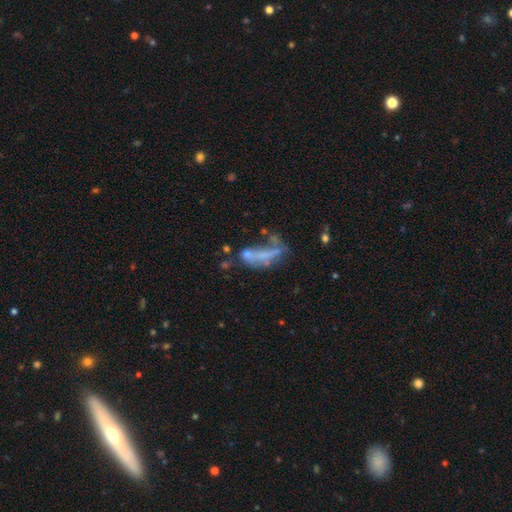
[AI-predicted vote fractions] Smooth or featured? Predicted: featured or disk (p=0.46). Merging? Predicted: major disturbance (p=0.35).